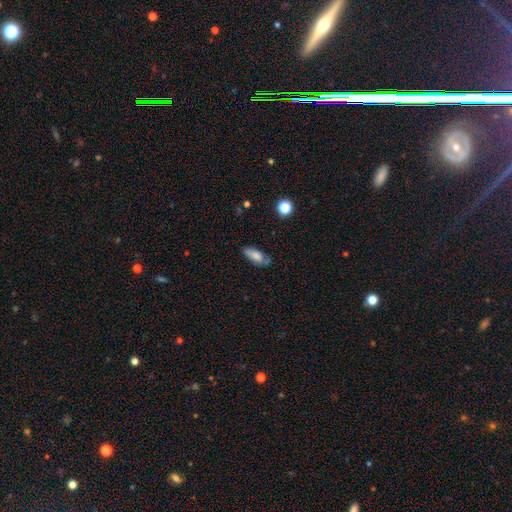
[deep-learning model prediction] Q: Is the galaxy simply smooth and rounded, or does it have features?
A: smooth — 73%.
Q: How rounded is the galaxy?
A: in between — 78%.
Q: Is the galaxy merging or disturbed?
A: none — 61%.